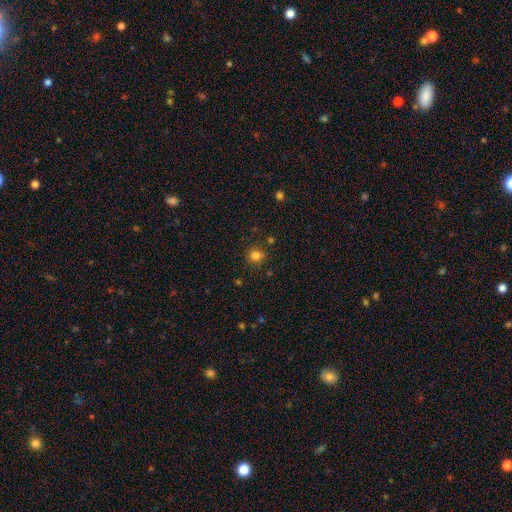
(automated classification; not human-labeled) This appears to be a smooth galaxy with no disk features (81%) that is round (78%). Merging: none (84%).